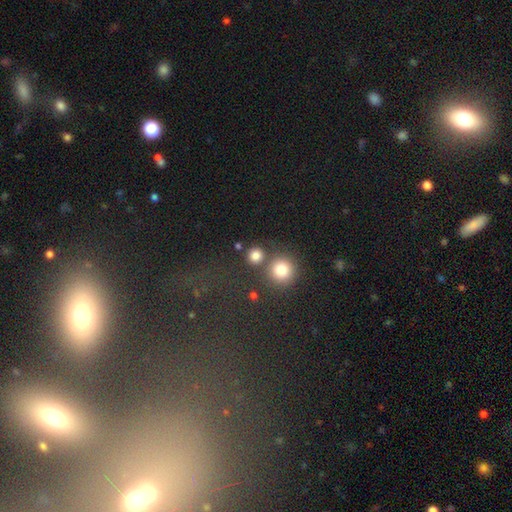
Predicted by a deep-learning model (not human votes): smooth-or-featured: smooth: 82% | star or artifact: 13% | featured or disk: 6%
  how-rounded: round: 90% | in between: 9% | cigar-shaped: 1%
  merging: none: 73% | merger: 16% | minor disturbance: 7% | major disturbance: 3%